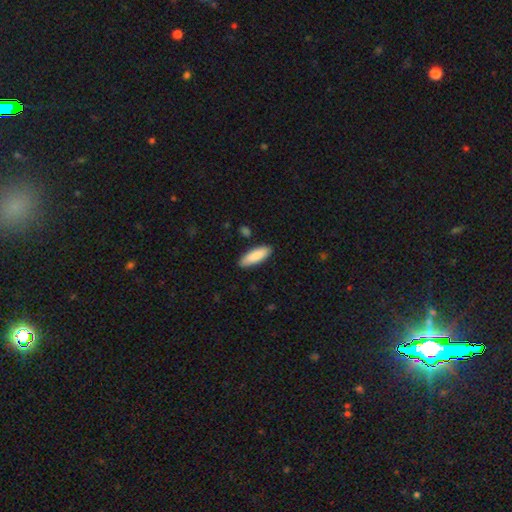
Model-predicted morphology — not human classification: A smooth galaxy with no disk features (88%) that is in between round and cigar-shaped (58%).

Vote fractions:
- Smooth or featured? smooth: 88% / featured or disk: 7% / star or artifact: 5%
- How rounded? in between: 58% / cigar-shaped: 40% / round: 2%
- Merging? none: 87% / minor disturbance: 9% / major disturbance: 2% / merger: 2%